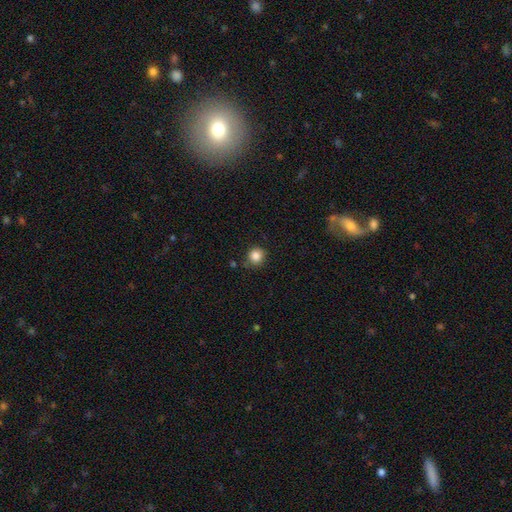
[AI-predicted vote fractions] Morphology: type=smooth (85%); roundness=round (91%); merging=none (83%).